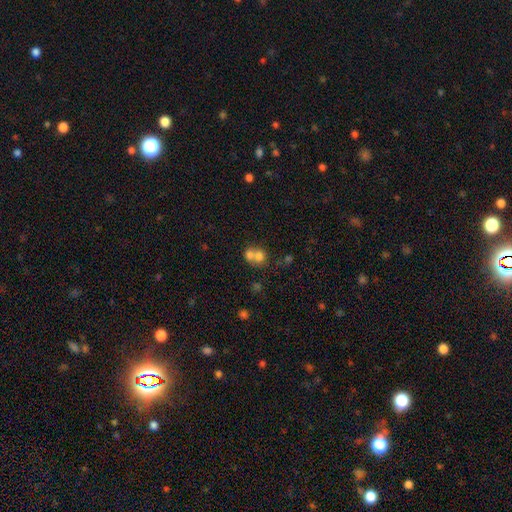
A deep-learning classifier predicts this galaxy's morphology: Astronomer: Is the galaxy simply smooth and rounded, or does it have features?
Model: smooth — 70%.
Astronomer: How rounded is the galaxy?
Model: round — 73%.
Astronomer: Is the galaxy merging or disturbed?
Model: merger — 65%.